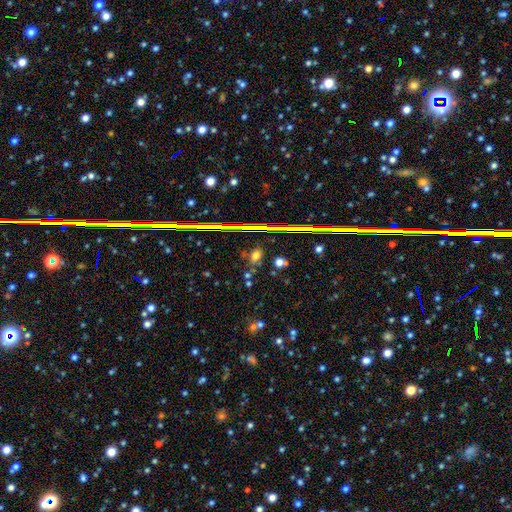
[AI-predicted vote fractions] smooth-or-featured: smooth: 58% | star or artifact: 30% | featured or disk: 13%
  how-rounded: round: 50% | in between: 45% | cigar-shaped: 5%
  merging: none: 71% | minor disturbance: 14% | merger: 9% | major disturbance: 6%